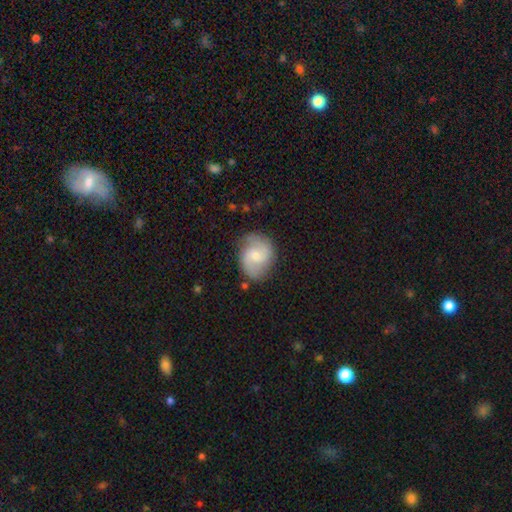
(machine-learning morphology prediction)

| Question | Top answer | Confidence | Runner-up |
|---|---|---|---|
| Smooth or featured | featured or disk | 69% | smooth (24%) |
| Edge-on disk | no | 98% | yes (2%) |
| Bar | weak | 52% | no (41%) |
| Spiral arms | yes | 93% | no (7%) |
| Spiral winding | medium | 50% | loose (32%) |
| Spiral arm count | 2 | 88% | can't tell (6%) |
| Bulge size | small | 43% | tied: moderate (43%) |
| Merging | none | 75% | minor disturbance (17%) |